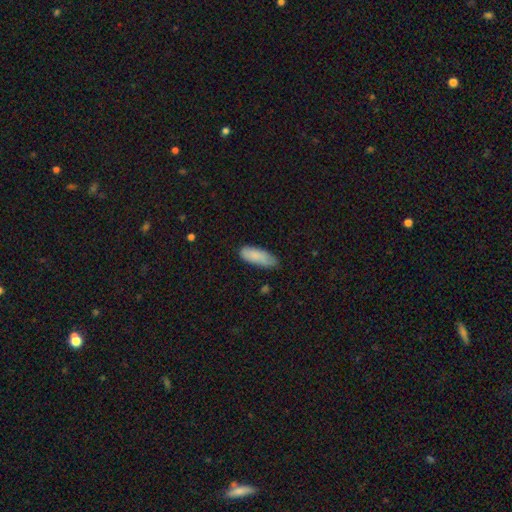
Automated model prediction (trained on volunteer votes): Q: Smooth or featured?
A: smooth (85%); runner-up: featured or disk (8%)
Q: How rounded?
A: in between (71%); runner-up: cigar-shaped (28%)
Q: Merging?
A: none (69%); runner-up: minor disturbance (25%)